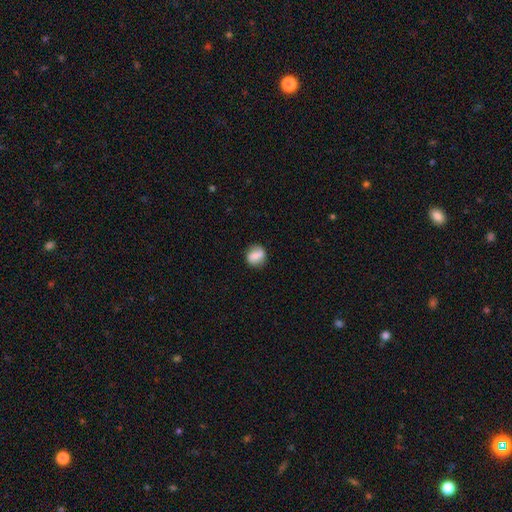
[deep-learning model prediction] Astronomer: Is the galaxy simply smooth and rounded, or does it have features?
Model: smooth — 66%.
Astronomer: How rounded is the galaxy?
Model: round — 74%.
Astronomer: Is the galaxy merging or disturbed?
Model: none — 77%.